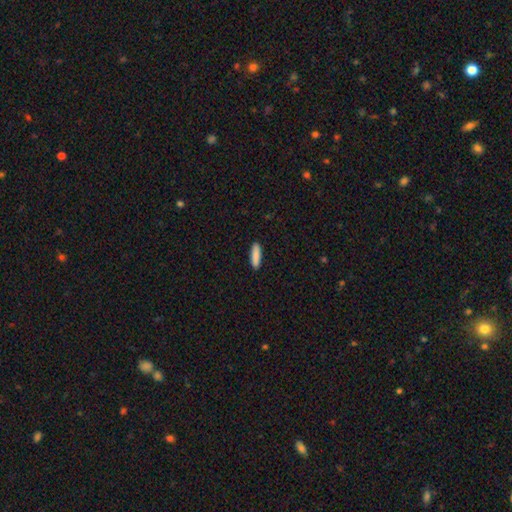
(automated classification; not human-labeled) Overall: smooth (89%). How rounded: cigar-shaped (64%; in between 34%). Merging: none (91%).